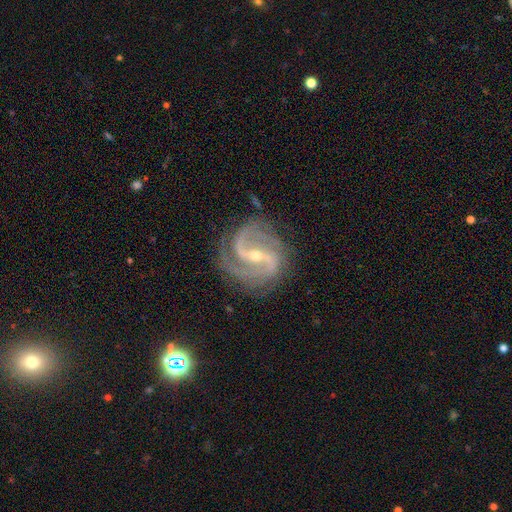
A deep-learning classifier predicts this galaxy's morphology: This appears to be a featured or disk galaxy (92%) with a strong bar (49%), 2 (63%) medium (58%) spiral arms (98%) and a small central bulge (65%). Merging: none (75%).